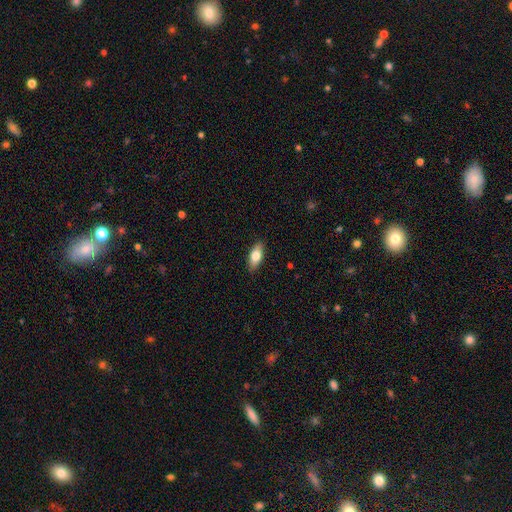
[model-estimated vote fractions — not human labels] Morphology: type=smooth (73%); roundness=in between (80%); merging=none (87%).